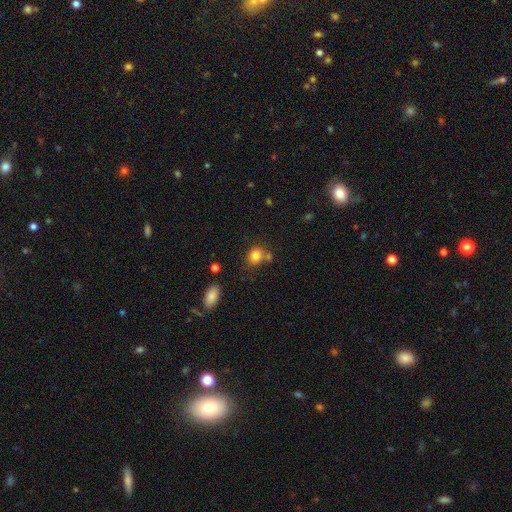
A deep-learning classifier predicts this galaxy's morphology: smooth 81%, star or artifact 11%, featured or disk 8%. Down the decision tree: how rounded — round (59%); merging — none (61%).